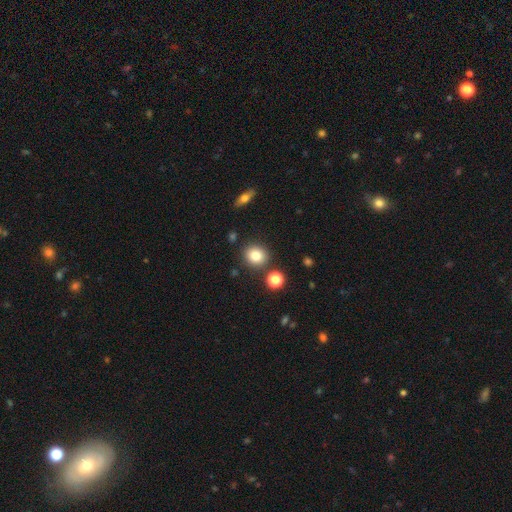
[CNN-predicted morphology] Smooth or featured? smooth (80%)
How rounded? round (84%)
Merging? none (85%)